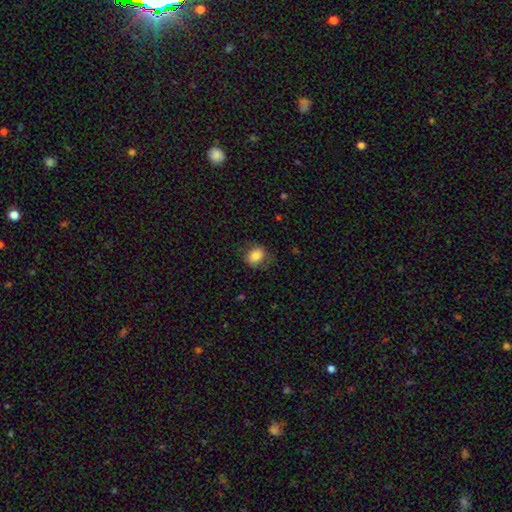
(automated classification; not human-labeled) Smooth or featured? Predicted: smooth (p=0.80). How rounded? Predicted: round (p=0.52). Merging? Predicted: none (p=0.70).